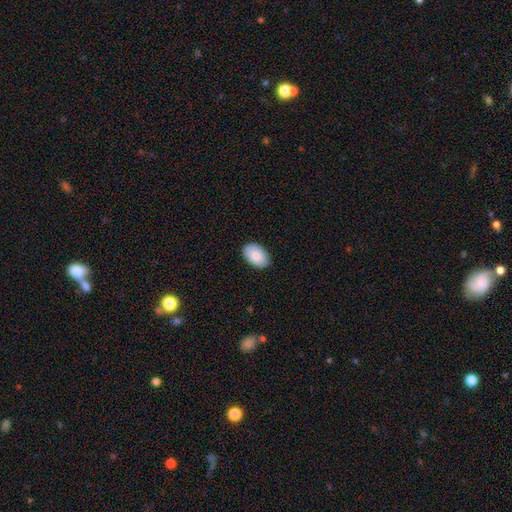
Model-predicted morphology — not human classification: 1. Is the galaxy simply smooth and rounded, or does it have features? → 82% smooth, 12% featured or disk, 6% star or artifact.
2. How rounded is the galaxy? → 92% in between, 7% round, 1% cigar-shaped.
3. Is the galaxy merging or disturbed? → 86% none, 11% minor disturbance, 2% major disturbance, 1% merger.